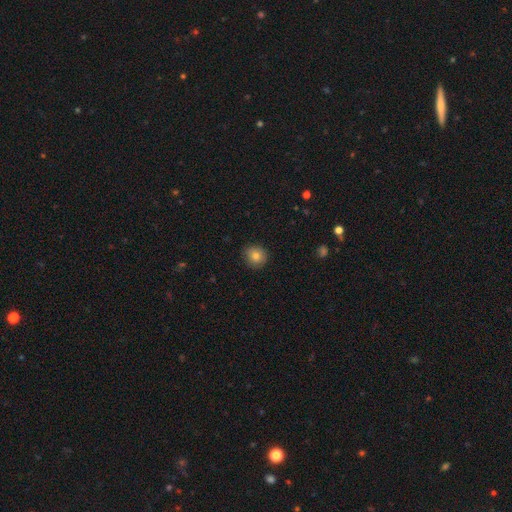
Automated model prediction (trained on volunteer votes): Smooth or featured? Predicted: smooth (p=0.82). How rounded? Predicted: round (p=0.86). Merging? Predicted: none (p=0.87).